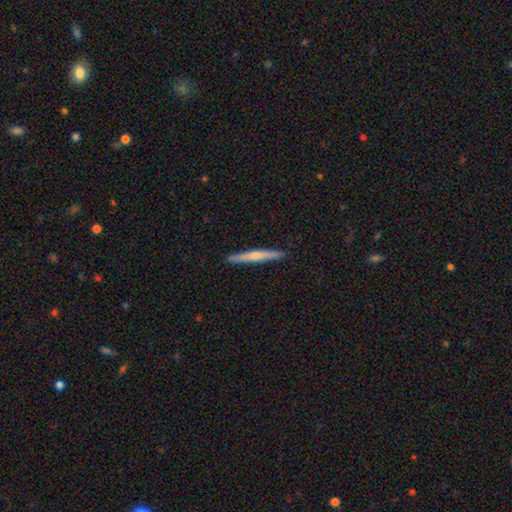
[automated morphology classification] Smooth or featured? smooth (49%)
Merging? none (92%)